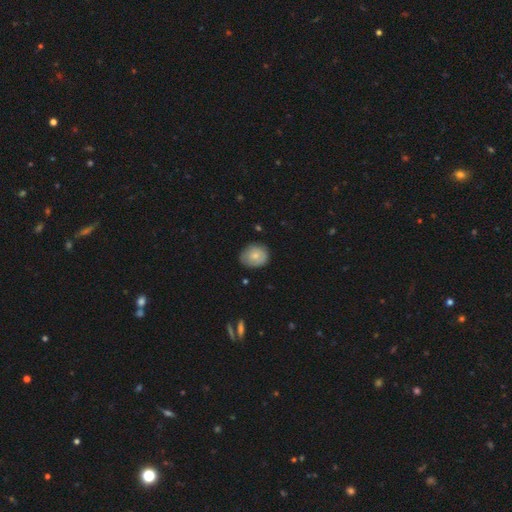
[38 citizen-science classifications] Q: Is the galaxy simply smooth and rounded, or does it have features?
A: smooth — 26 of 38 (68%).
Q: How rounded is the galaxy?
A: round — 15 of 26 (58%).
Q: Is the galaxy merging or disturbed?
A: none — 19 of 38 (50%).